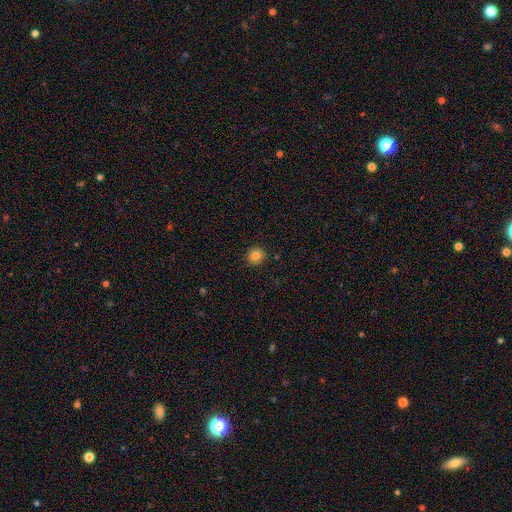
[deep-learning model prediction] A smooth galaxy with no disk features (83%) that is round (89%). Merging: none (91%).